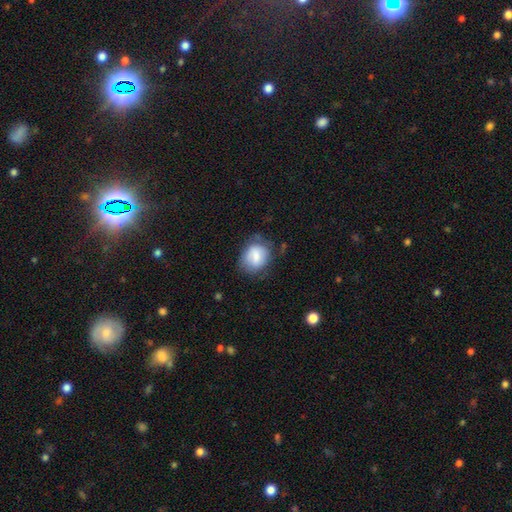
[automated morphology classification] This is likely a smooth galaxy (75%). How rounded: possibly round (51%). Merging: possibly none (60%).